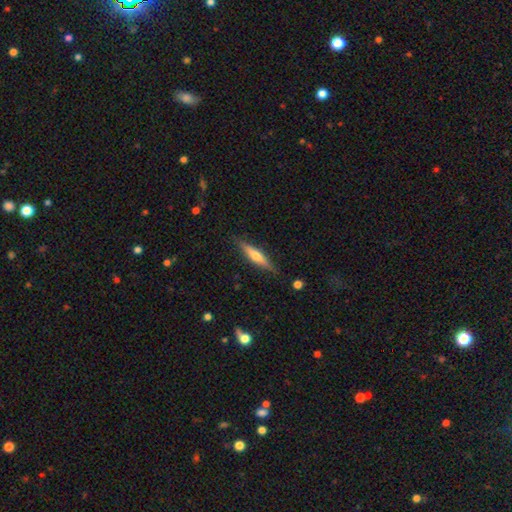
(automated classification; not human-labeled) smooth-or-featured: featured or disk: 54% | smooth: 40% | star or artifact: 6%
  disk-edge-on: yes: 94% | no: 6%
    edge-on-bulge: rounded: 86% | none: 9% | boxy: 5%
  merging: none: 86% | minor disturbance: 10% | major disturbance: 2% | merger: 1%